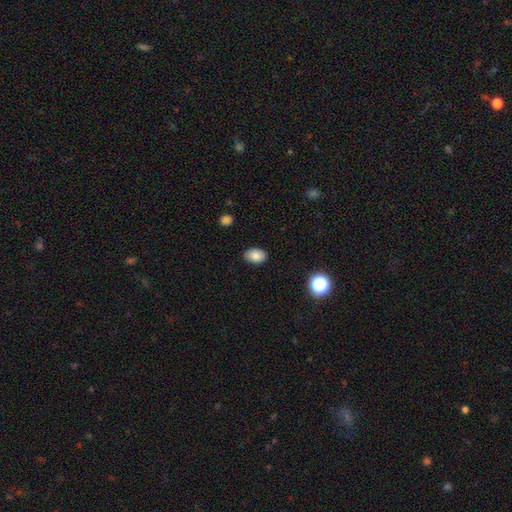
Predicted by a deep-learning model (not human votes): The model was most divided on "how rounded": in between: 86%, round: 13%, cigar-shaped: 1%. More confident: merging — none (85%); smooth or featured — smooth (84%).